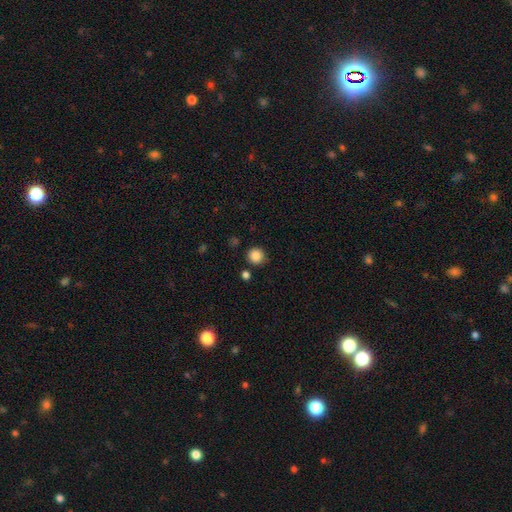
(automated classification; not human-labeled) smooth 86%, star or artifact 10%, featured or disk 4%. Down the decision tree: how rounded — round (93%); merging — none (87%).